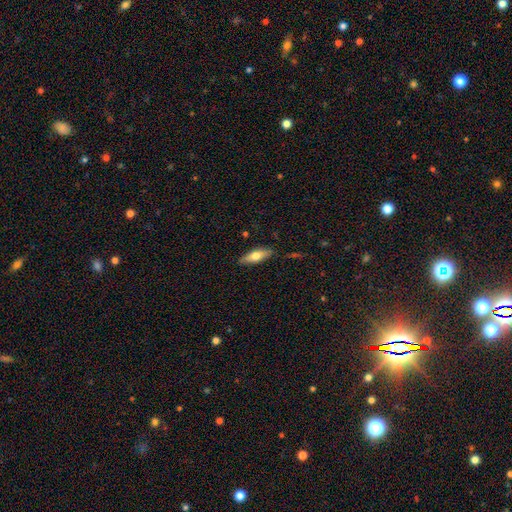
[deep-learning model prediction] A smooth galaxy with no disk features (63%) that is in between round and cigar-shaped (55%). Merging: none (85%).